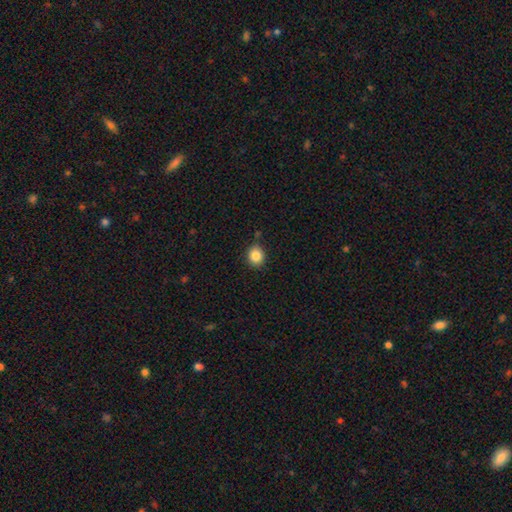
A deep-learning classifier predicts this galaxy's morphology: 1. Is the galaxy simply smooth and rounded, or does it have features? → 86% smooth, 10% star or artifact, 5% featured or disk.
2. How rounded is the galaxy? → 74% round, 26% in between, 1% cigar-shaped.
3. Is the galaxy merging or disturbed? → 84% none, 10% minor disturbance, 3% merger, 2% major disturbance.